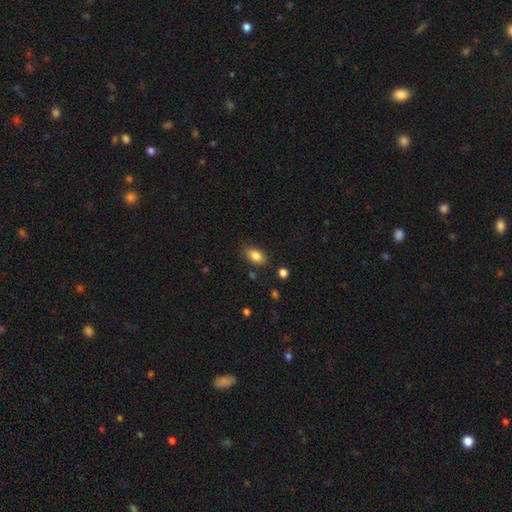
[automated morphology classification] smooth 84%, star or artifact 8%, featured or disk 8%. Down the decision tree: how rounded — in between (88%); merging — none (81%).